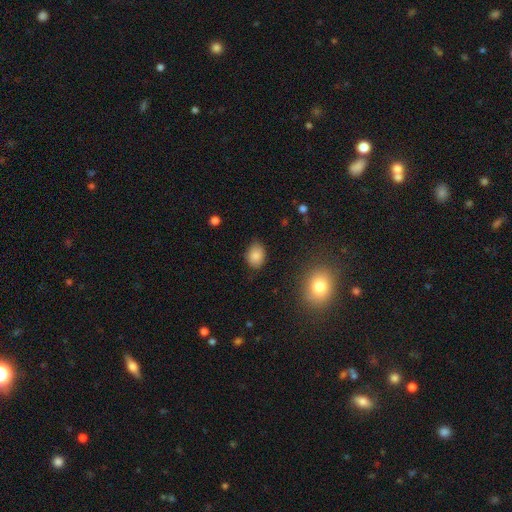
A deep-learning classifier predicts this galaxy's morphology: smooth 84%, star or artifact 9%, featured or disk 6%. Down the decision tree: how rounded — in between (69%); merging — none (82%).